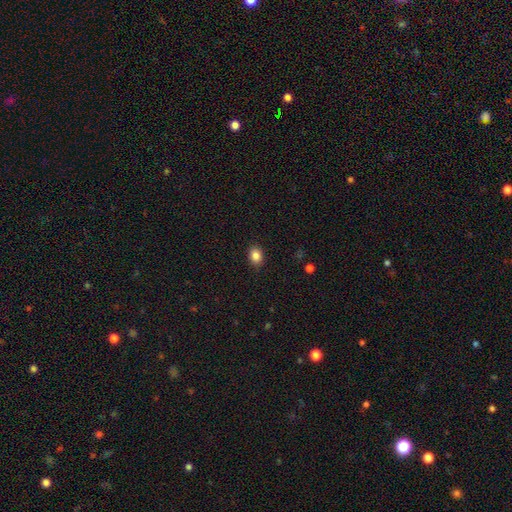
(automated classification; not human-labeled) Smooth or featured? smooth (86%)
How rounded? in between (54%)
Merging? none (89%)